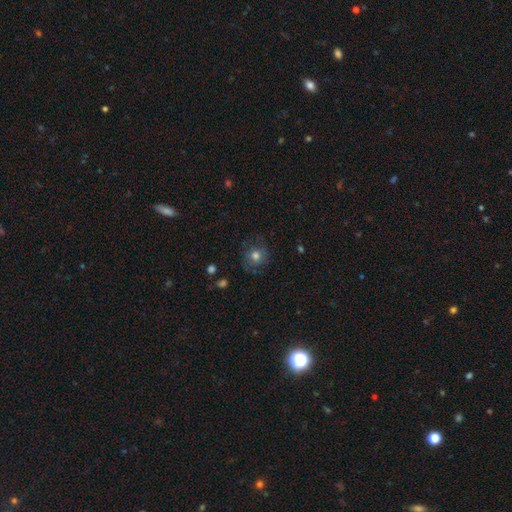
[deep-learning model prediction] smooth 72%, featured or disk 17%, star or artifact 12%. Down the decision tree: how rounded — round (88%); merging — none (76%).